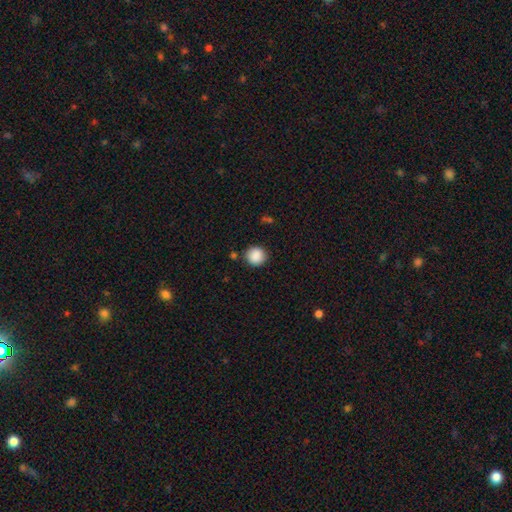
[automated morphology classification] Smooth or featured: smooth — 89% (star or artifact — 8%)
How rounded: round — 91% (in between — 8%)
Merging: none — 85% (minor disturbance — 9%)